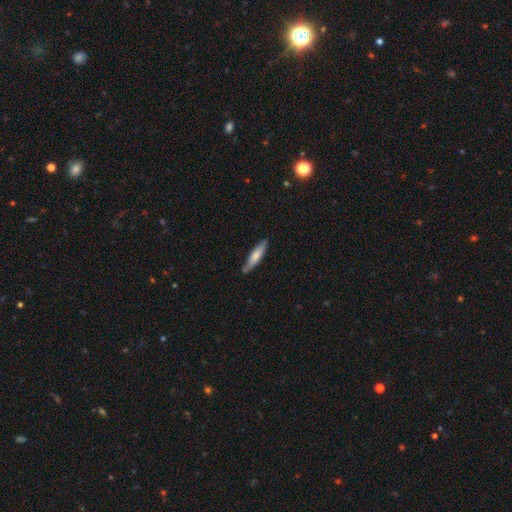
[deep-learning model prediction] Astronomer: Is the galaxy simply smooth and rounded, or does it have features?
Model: smooth — 68%.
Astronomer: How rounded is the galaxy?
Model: cigar-shaped — 82%.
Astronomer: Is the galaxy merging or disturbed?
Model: none — 78%.